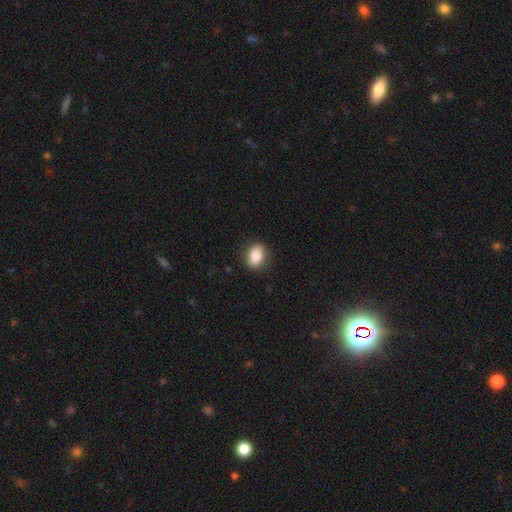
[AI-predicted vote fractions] Smooth or featured: smooth — 83% (featured or disk — 9%)
How rounded: in between — 66% (round — 32%)
Merging: none — 85% (minor disturbance — 11%)